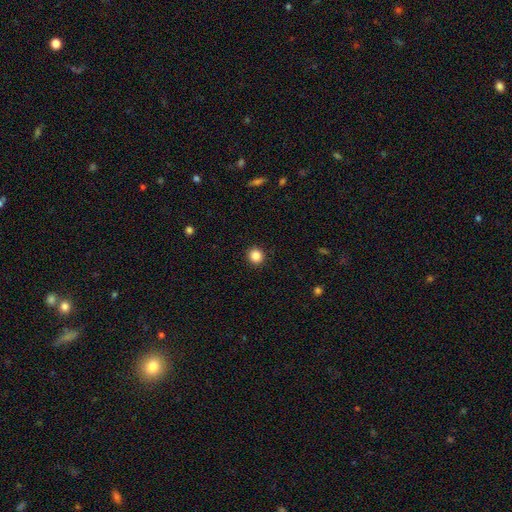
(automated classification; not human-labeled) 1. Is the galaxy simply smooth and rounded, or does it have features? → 86% smooth, 11% star or artifact, 4% featured or disk.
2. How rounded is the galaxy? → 94% round, 5% in between, 1% cigar-shaped.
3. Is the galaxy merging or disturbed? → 93% none, 4% minor disturbance, 2% major disturbance, 1% merger.